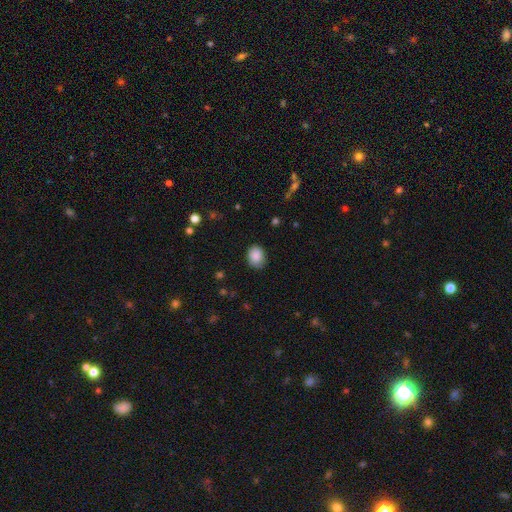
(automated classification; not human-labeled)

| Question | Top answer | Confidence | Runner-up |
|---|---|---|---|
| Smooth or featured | smooth | 87% | star or artifact (8%) |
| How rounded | in between | 56% | round (43%) |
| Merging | none | 83% | minor disturbance (13%) |